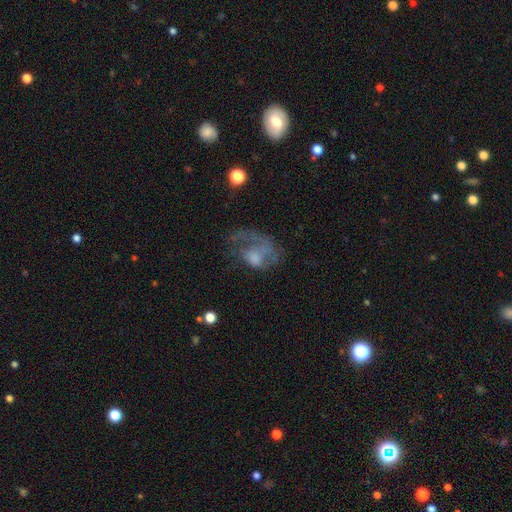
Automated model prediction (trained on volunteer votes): Smooth or featured? featured or disk (54%)
Edge-on disk? no (97%)
Bar? no (81%)
Spiral arms? yes (55%)
Bulge size? moderate (33%)
Merging? major disturbance (51%)